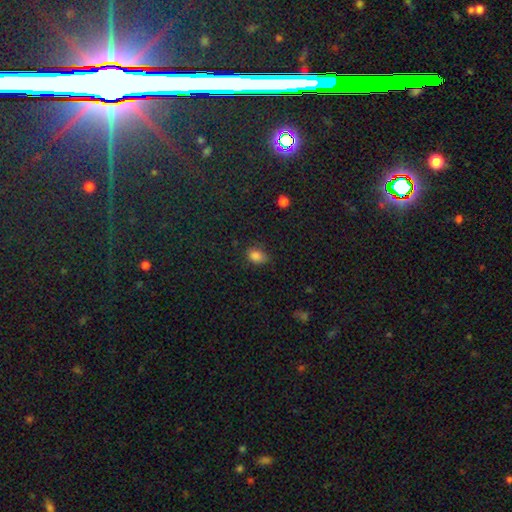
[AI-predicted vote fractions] A smooth galaxy with no disk features (83%) that is in between round and cigar-shaped (72%).

Vote fractions:
- Smooth or featured? smooth: 83% / star or artifact: 12% / featured or disk: 5%
- How rounded? in between: 72% / round: 26% / cigar-shaped: 2%
- Merging? none: 63% / minor disturbance: 29% / major disturbance: 7% / merger: 2%